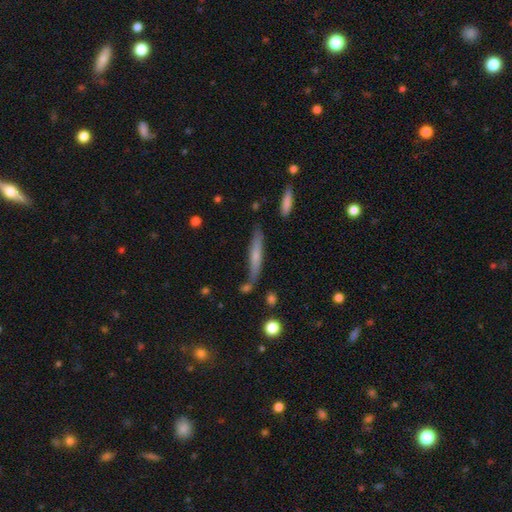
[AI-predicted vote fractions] smooth 50%, featured or disk 43%, star or artifact 7%. Down the decision tree: how rounded — cigar-shaped (91%); merging — none (72%).